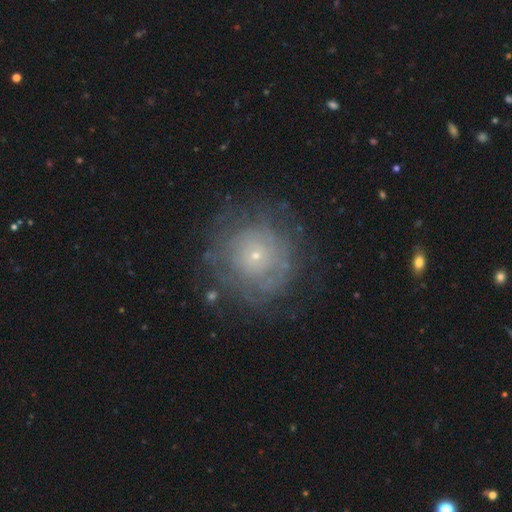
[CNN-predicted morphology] The model was most divided on "spiral arms": yes: 61%, no: 39%. More confident: edge-on disk — no (97%); bar — no (88%); bulge size — small (85%); merging — none (76%); smooth or featured — featured or disk (58%).